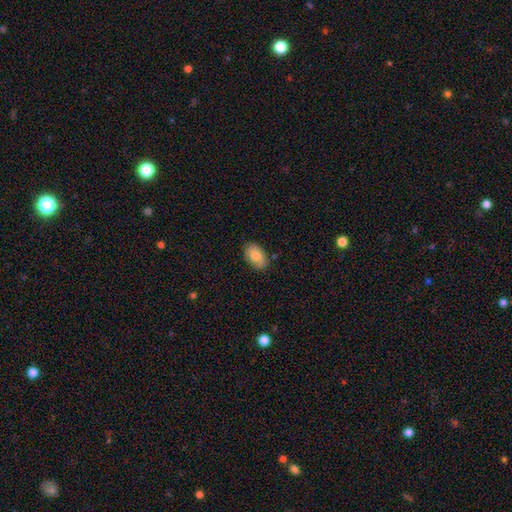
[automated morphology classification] smooth 82%, featured or disk 12%, star or artifact 7%. Down the decision tree: how rounded — in between (91%); merging — none (83%).